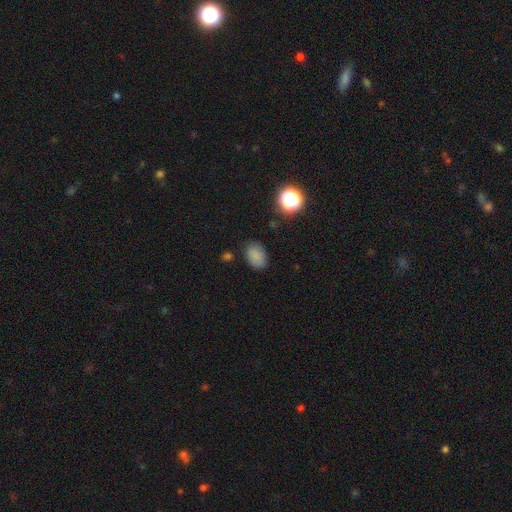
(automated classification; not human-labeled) Smooth or featured?
  - smooth: 82% *
  - star or artifact: 13%
  - featured or disk: 5%
How rounded?
  - in between: 78% *
  - round: 21%
  - cigar-shaped: 1%
Merging?
  - none: 79% *
  - minor disturbance: 15%
  - major disturbance: 4%
  - merger: 2%